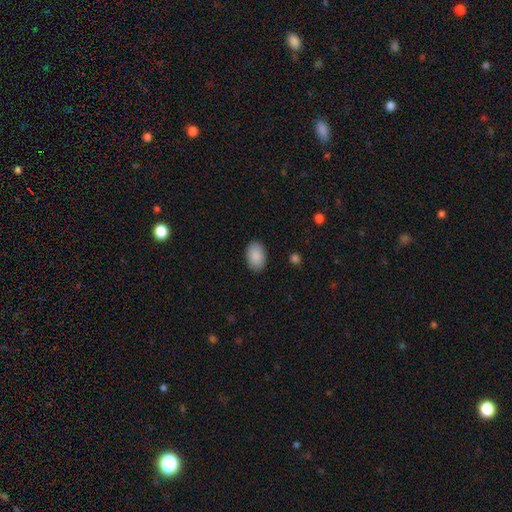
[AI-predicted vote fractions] The model was most divided on "merging": none: 89%, minor disturbance: 8%, major disturbance: 2%, merger: 1%. More confident: how rounded — in between (90%); smooth or featured — smooth (89%).